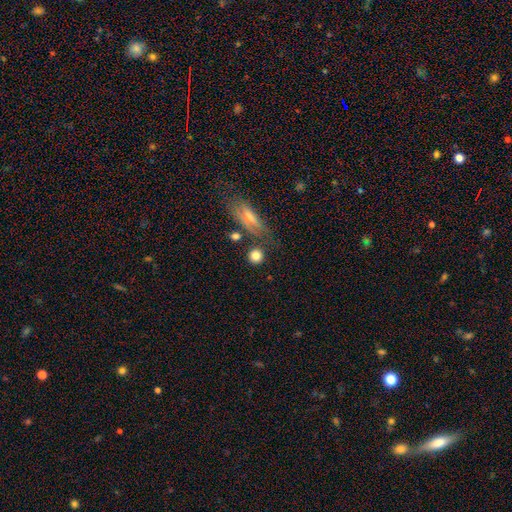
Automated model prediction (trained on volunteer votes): A smooth galaxy with no disk features (81%) that is round (87%). Merging: none (77%).